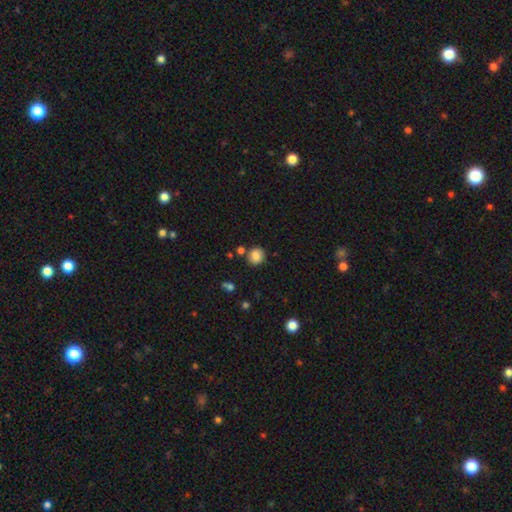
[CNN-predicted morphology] smooth-or-featured: smooth: 82% | star or artifact: 10% | featured or disk: 8%
  how-rounded: round: 78% | in between: 21% | cigar-shaped: 1%
  merging: none: 78% | minor disturbance: 11% | merger: 8% | major disturbance: 3%